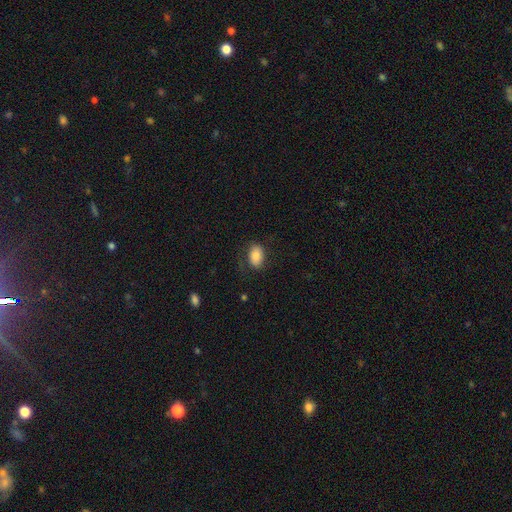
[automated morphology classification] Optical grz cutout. It shows a smooth galaxy with no disk features (82%) that is in between round and cigar-shaped (86%). Merging: none (73%).